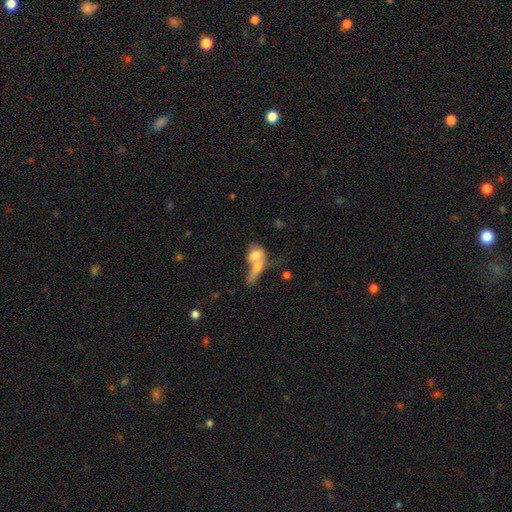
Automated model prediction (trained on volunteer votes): This appears to be a smooth galaxy with no disk features (62%) that is in between round and cigar-shaped (62%). Merging: merger (71%).